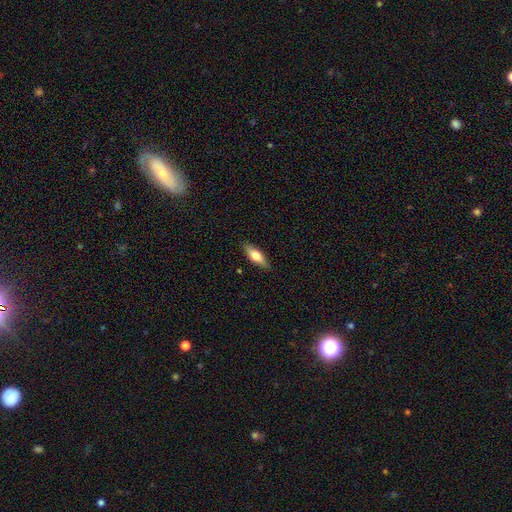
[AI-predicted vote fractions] A smooth galaxy with no disk features (67%) that is in between round and cigar-shaped (58%). Merging: none (87%).